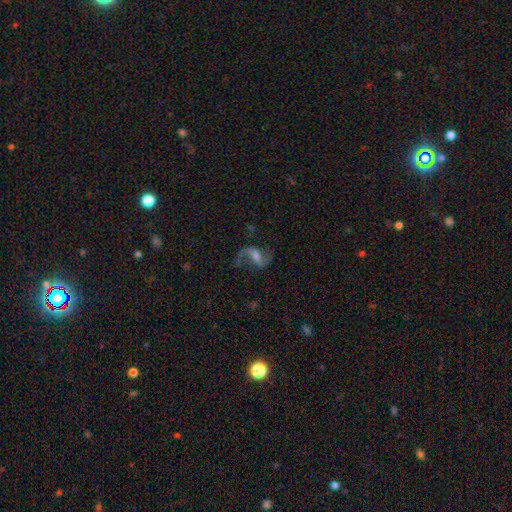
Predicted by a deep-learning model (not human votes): Overall: featured or disk (85%). Edge-on disk: no (97%). Bar: weak (49%; strong 32%). Spiral arms: yes (95%). Spiral arm count: 2 (89%). Spiral winding: loose (68%). Bulge size: moderate (41%; small 39%). Merging: none (69%).